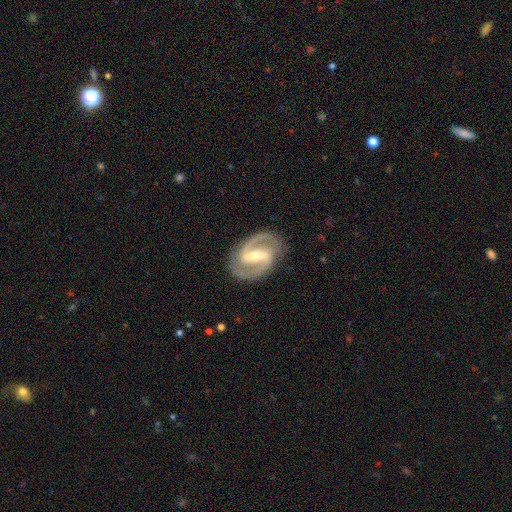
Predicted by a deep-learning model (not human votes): Morphology: type=featured or disk (92%); edge-on=no (97%); bar=strong (62%); spiral arms=yes (98%); winding=medium (59%); arm count=2 (94%); bulge=small (55%); merging=none (86%).